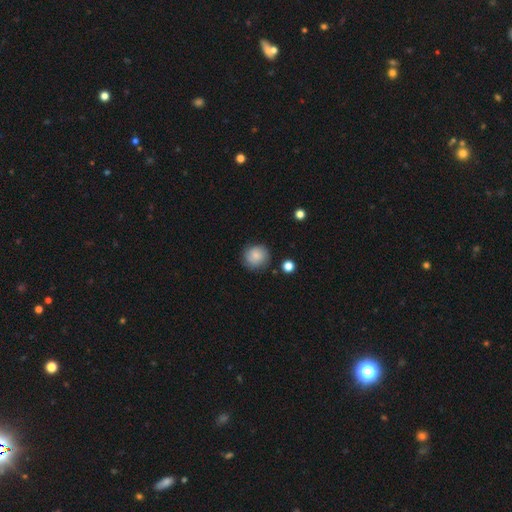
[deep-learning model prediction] This is likely a smooth galaxy (78%). How rounded: clearly round (90%). Merging: clearly none (80%).